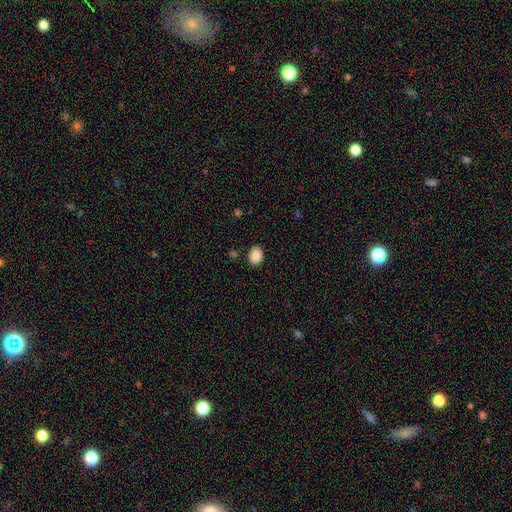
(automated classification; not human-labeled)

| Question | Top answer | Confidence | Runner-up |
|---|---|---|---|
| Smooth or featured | smooth | 89% | star or artifact (8%) |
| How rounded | in between | 68% | round (31%) |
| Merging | none | 86% | minor disturbance (9%) |